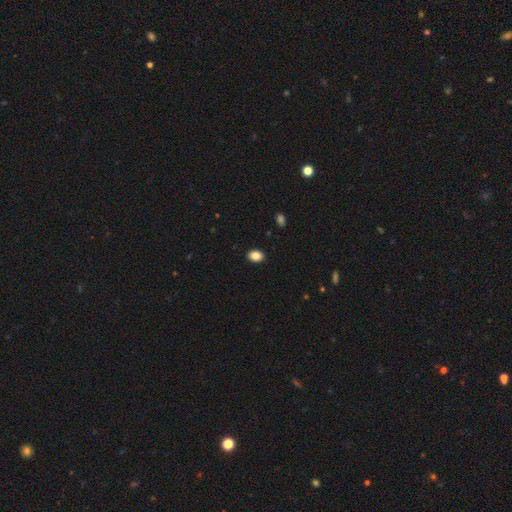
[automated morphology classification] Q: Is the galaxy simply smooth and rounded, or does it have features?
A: smooth — 86%.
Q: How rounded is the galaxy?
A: in between — 70%.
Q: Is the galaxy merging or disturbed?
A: none — 91%.